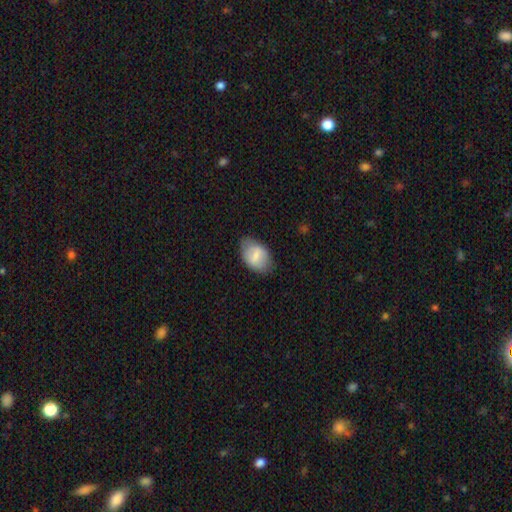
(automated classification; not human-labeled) Smooth or featured?
  - smooth: 65% *
  - featured or disk: 28%
  - star or artifact: 7%
How rounded?
  - in between: 85% *
  - round: 13%
  - cigar-shaped: 2%
Merging?
  - none: 76% *
  - minor disturbance: 18%
  - major disturbance: 5%
  - merger: 1%